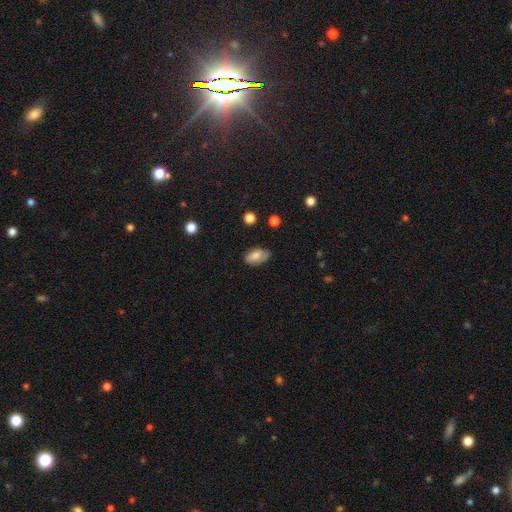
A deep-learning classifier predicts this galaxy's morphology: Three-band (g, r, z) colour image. It shows a smooth galaxy with no disk features (73%) that is in between round and cigar-shaped (91%). Merging: none (70%).